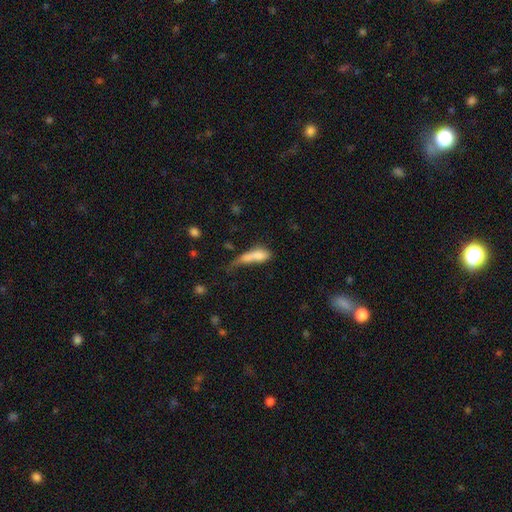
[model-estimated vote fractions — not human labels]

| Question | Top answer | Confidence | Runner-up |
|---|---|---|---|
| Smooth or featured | smooth | 72% | featured or disk (19%) |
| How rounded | in between | 55% | cigar-shaped (41%) |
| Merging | major disturbance | 37% | minor disturbance (23%) |